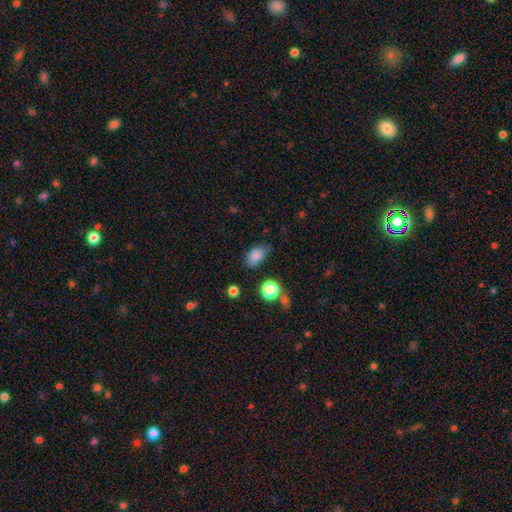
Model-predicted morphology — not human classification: Q: Smooth or featured?
A: smooth (83%); runner-up: star or artifact (10%)
Q: How rounded?
A: in between (87%); runner-up: round (11%)
Q: Merging?
A: none (70%); runner-up: minor disturbance (22%)